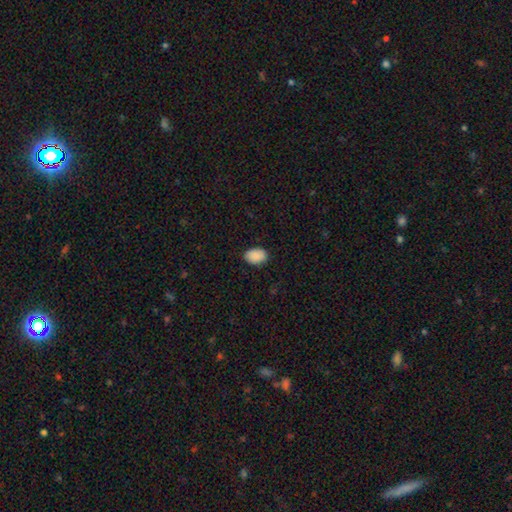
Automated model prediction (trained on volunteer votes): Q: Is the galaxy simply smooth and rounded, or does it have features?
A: smooth — 90%.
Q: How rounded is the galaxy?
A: in between — 85%.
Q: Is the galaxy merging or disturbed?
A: none — 88%.